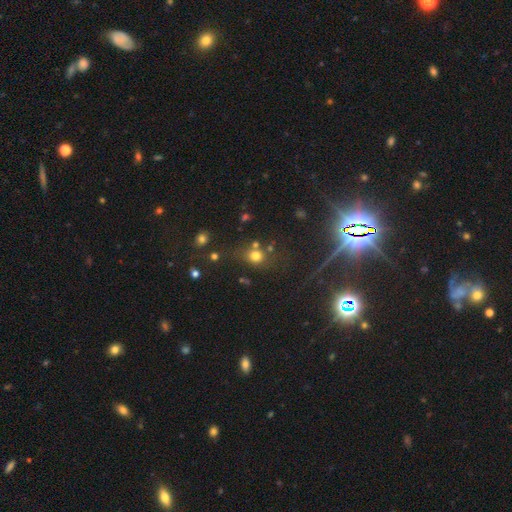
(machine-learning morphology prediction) A smooth galaxy with no disk features (69%) that is round (75%).

Vote fractions:
- Smooth or featured? smooth: 69% / star or artifact: 21% / featured or disk: 10%
- How rounded? round: 75% / in between: 23% / cigar-shaped: 2%
- Merging? none: 64% / merger: 16% / minor disturbance: 13% / major disturbance: 7%